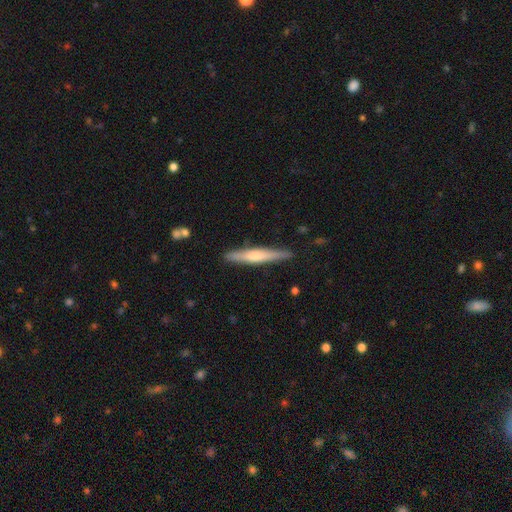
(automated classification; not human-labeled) Morphology: type=smooth (48%); merging=none (88%).